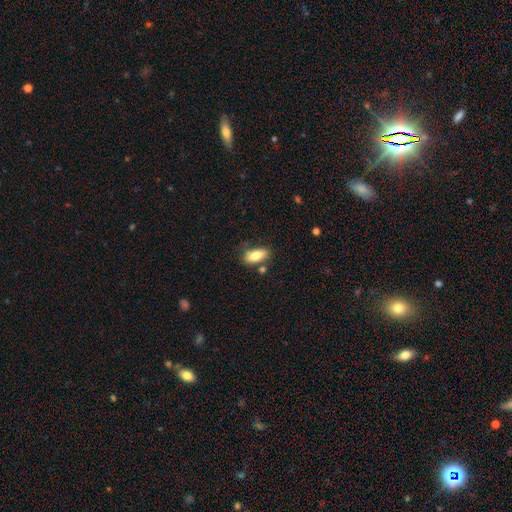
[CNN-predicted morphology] Smooth or featured?
  - smooth: 74% *
  - featured or disk: 18%
  - star or artifact: 7%
How rounded?
  - in between: 84% *
  - cigar-shaped: 12%
  - round: 4%
Merging?
  - none: 70% *
  - minor disturbance: 17%
  - merger: 8%
  - major disturbance: 4%